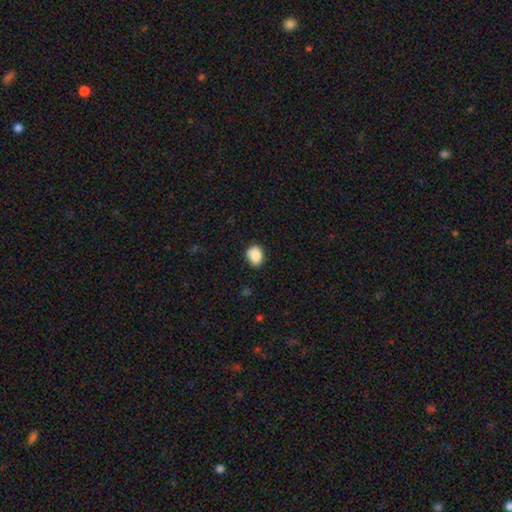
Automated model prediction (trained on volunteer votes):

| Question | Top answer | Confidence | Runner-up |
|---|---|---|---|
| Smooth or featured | smooth | 85% | star or artifact (9%) |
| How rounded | round | 50% | in between (49%) |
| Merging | none | 72% | minor disturbance (21%) |